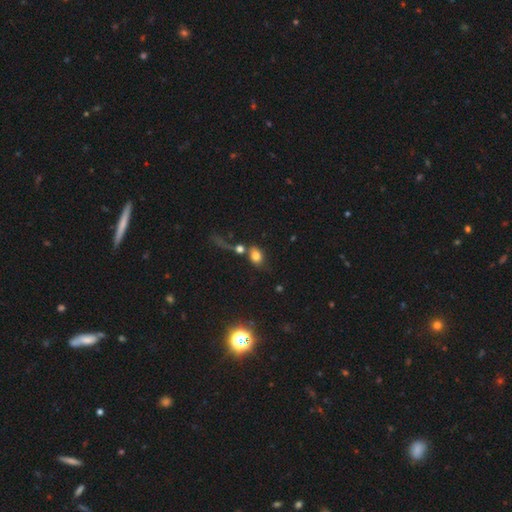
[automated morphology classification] type=smooth (76%); roundness=in between (62%); merging=none (43%).